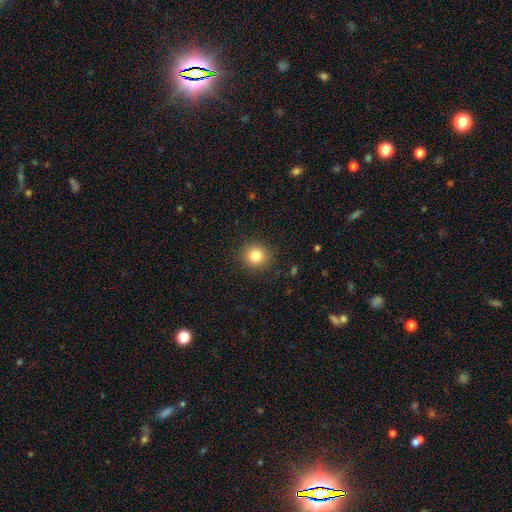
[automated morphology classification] Smooth or featured: smooth — 82% (star or artifact — 11%)
How rounded: round — 91% (in between — 8%)
Merging: none — 90% (minor disturbance — 7%)